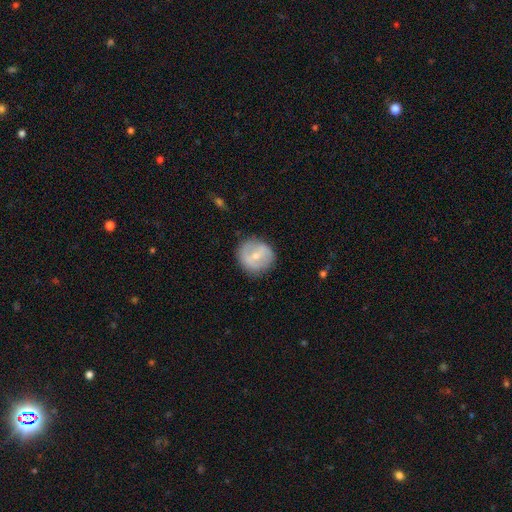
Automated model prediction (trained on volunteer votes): Overall: featured or disk (49%; smooth 45%). Merging: none (81%).